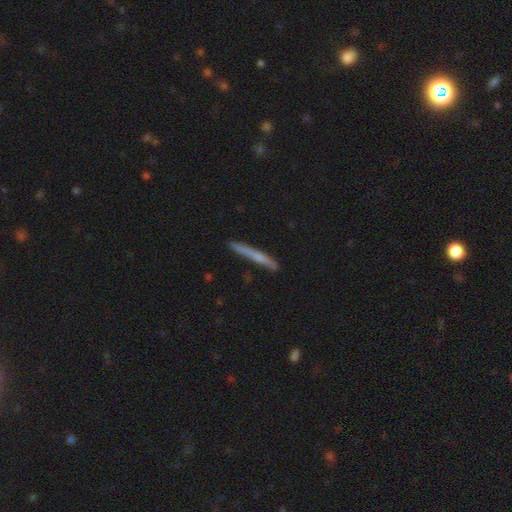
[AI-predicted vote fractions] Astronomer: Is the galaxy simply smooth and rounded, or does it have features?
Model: smooth — 53% (runner-up: featured or disk, 41%).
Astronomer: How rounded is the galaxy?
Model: cigar-shaped — 96%.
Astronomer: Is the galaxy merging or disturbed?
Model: none — 87%.